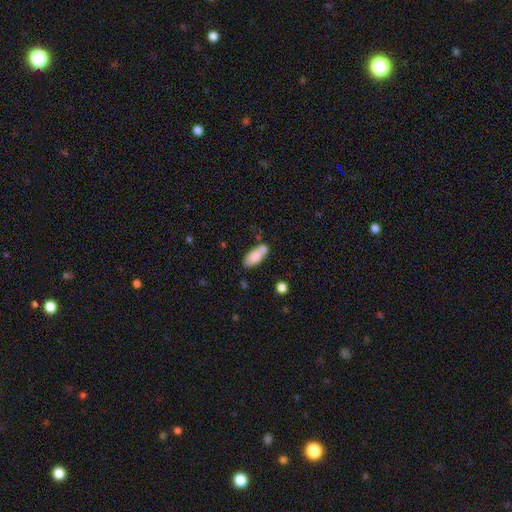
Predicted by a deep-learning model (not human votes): Q: Smooth or featured?
A: smooth (81%); runner-up: featured or disk (12%)
Q: How rounded?
A: in between (80%); runner-up: cigar-shaped (18%)
Q: Merging?
A: none (54%); runner-up: merger (23%)